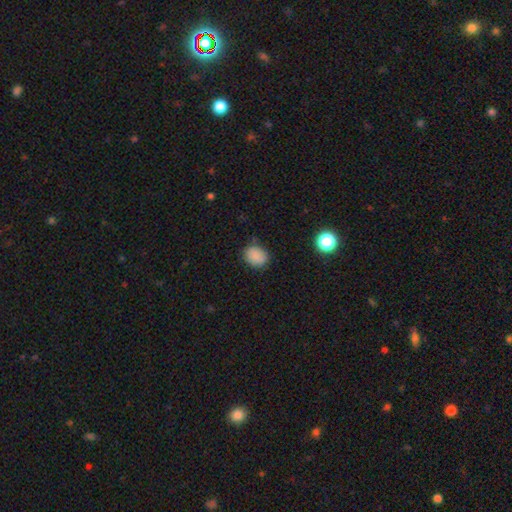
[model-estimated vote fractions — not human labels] This appears to be a smooth galaxy with no disk features (85%) that is in between round and cigar-shaped (52%). Merging: none (78%).